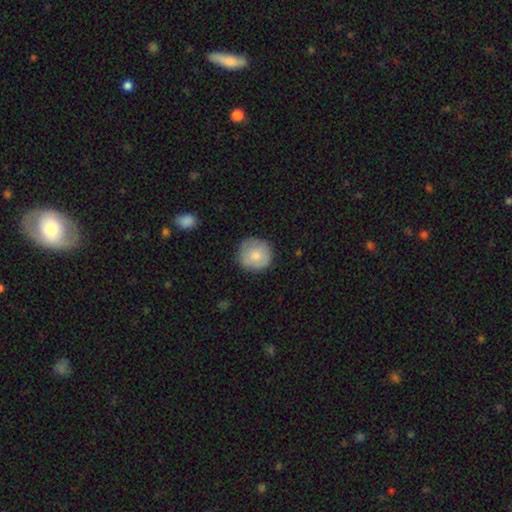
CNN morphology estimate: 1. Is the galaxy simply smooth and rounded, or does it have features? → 76% smooth, 17% featured or disk, 7% star or artifact.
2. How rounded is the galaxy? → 94% round, 5% in between, 1% cigar-shaped.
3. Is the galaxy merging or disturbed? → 82% none, 14% minor disturbance, 3% major disturbance, 1% merger.